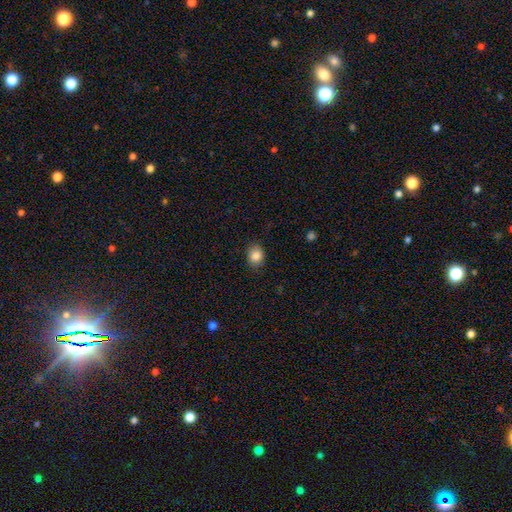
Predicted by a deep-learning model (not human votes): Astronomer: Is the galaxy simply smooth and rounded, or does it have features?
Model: smooth — 85%.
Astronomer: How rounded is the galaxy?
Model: round — 57% (runner-up: in between, 43%).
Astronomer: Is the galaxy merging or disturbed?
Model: none — 85%.